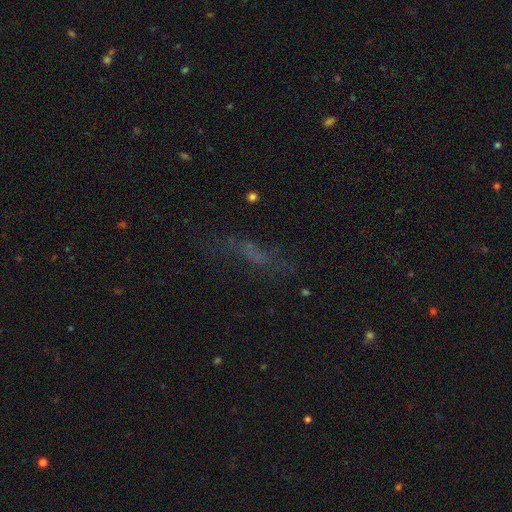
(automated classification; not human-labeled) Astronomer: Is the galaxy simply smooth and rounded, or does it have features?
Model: smooth — 43% (runner-up: featured or disk, 31%).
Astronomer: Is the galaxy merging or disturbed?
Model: none — 55%.